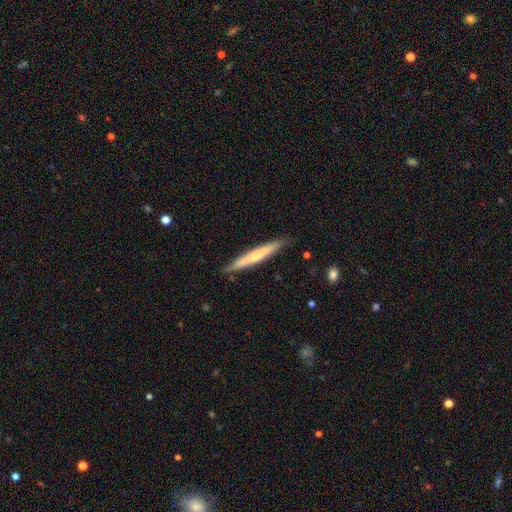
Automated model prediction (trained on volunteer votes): Smooth or featured?
  - smooth: 54% *
  - featured or disk: 41%
  - star or artifact: 6%
How rounded?
  - cigar-shaped: 96% *
  - in between: 3%
  - round: 1%
Merging?
  - none: 87% *
  - minor disturbance: 10%
  - major disturbance: 2%
  - merger: 1%